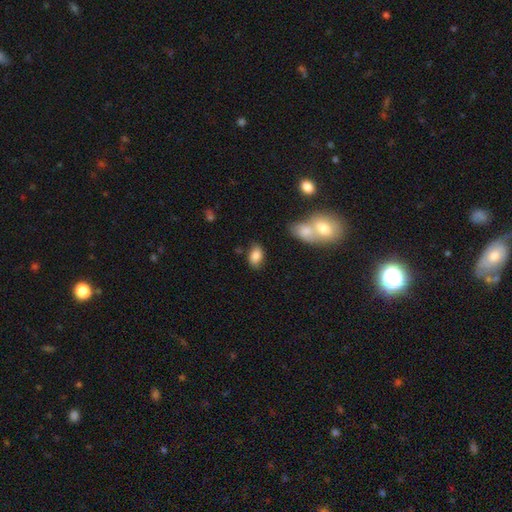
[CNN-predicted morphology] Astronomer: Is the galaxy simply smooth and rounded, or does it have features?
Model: smooth — 82%.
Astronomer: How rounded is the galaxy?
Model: in between — 88%.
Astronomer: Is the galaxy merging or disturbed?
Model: none — 74%.